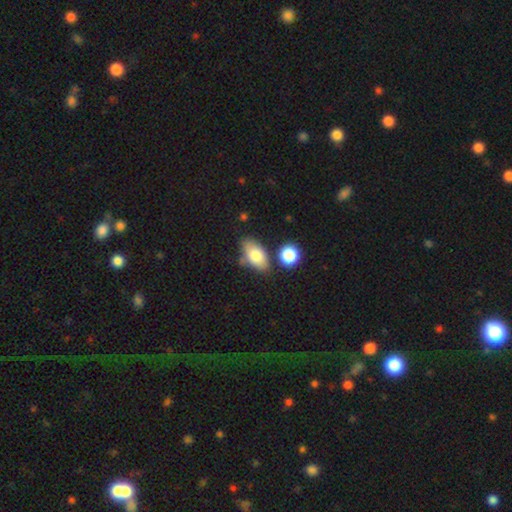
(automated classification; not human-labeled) Smooth or featured: smooth — 77% (featured or disk — 17%)
How rounded: in between — 89% (round — 6%)
Merging: none — 66% (minor disturbance — 16%)